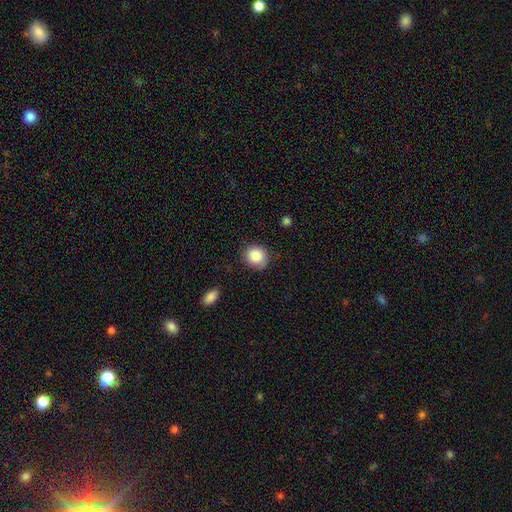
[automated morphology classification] Q: Smooth or featured?
A: smooth (87%); runner-up: star or artifact (8%)
Q: How rounded?
A: round (80%); runner-up: in between (19%)
Q: Merging?
A: none (82%); runner-up: minor disturbance (14%)